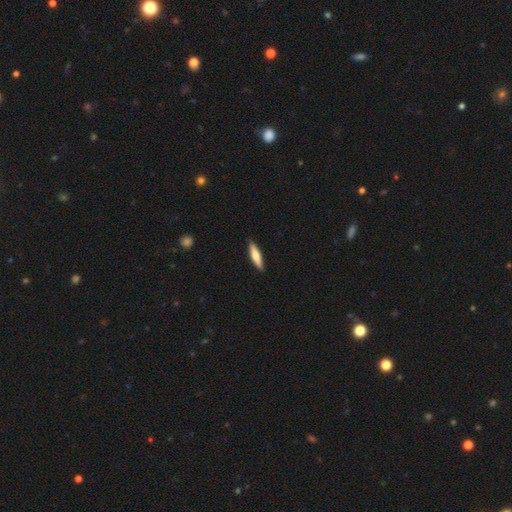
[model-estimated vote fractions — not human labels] Overall: smooth (66%; featured or disk 29%). How rounded: cigar-shaped (75%). Merging: none (90%).